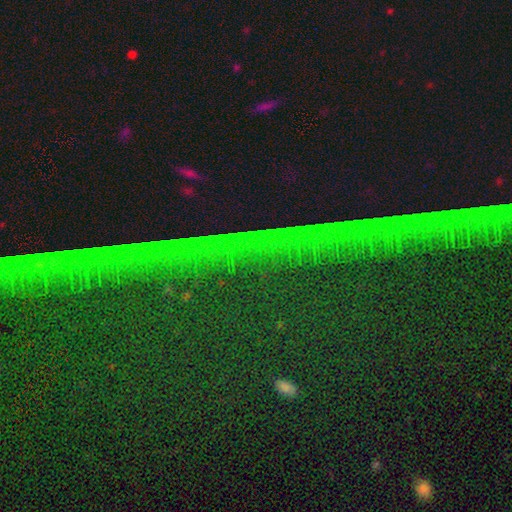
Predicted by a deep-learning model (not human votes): This appears to be a star or artifact, not a galaxy (83%).